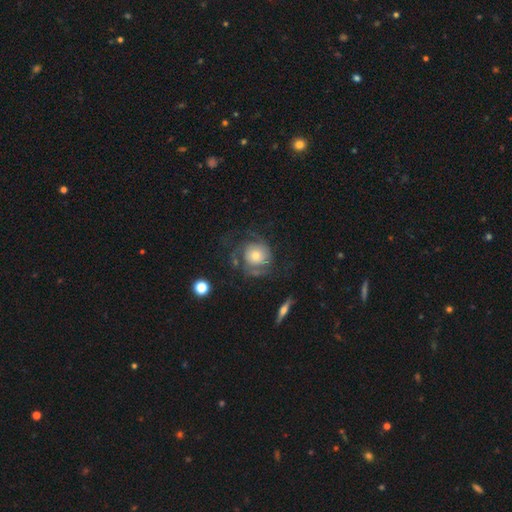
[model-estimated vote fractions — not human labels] Q: Smooth or featured?
A: featured or disk (65%); runner-up: smooth (27%)
Q: Edge-on disk?
A: no (96%); runner-up: yes (4%)
Q: Bar?
A: no (82%); runner-up: weak (15%)
Q: Spiral arms?
A: yes (81%); runner-up: no (19%)
Q: Spiral winding?
A: tight (45%); runner-up: medium (34%)
Q: Spiral arm count?
A: 2 (40%); runner-up: can't tell (30%)
Q: Bulge size?
A: moderate (52%); runner-up: small (31%)
Q: Merging?
A: none (53%); runner-up: major disturbance (25%)